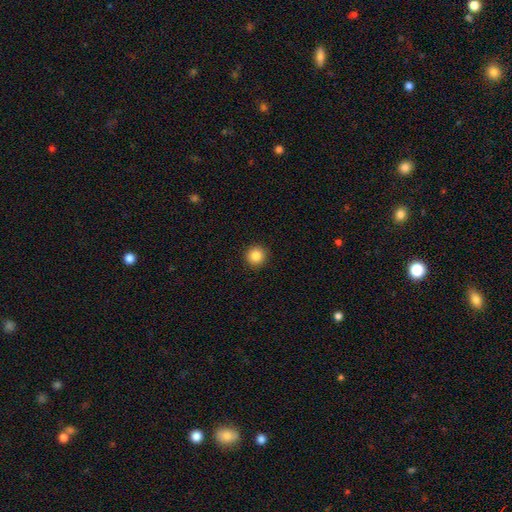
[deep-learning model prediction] Smooth or featured?
  - smooth: 86% *
  - star or artifact: 10%
  - featured or disk: 4%
How rounded?
  - round: 95% *
  - in between: 4%
  - cigar-shaped: 1%
Merging?
  - none: 93% *
  - minor disturbance: 5%
  - major disturbance: 2%
  - merger: 1%